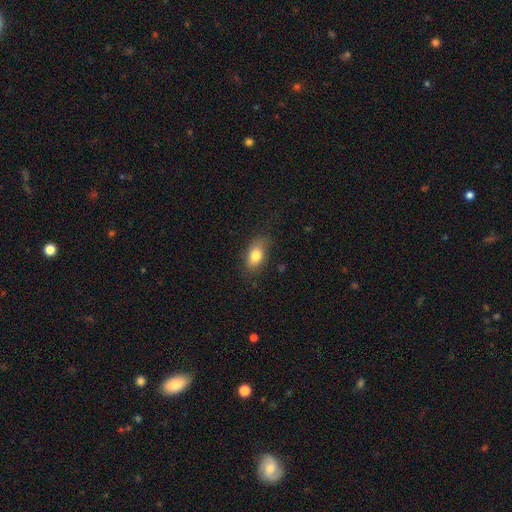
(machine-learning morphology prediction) Smooth or featured?
  - smooth: 79% *
  - featured or disk: 12%
  - star or artifact: 8%
How rounded?
  - in between: 86% *
  - round: 10%
  - cigar-shaped: 4%
Merging?
  - none: 76% *
  - minor disturbance: 18%
  - major disturbance: 5%
  - merger: 1%